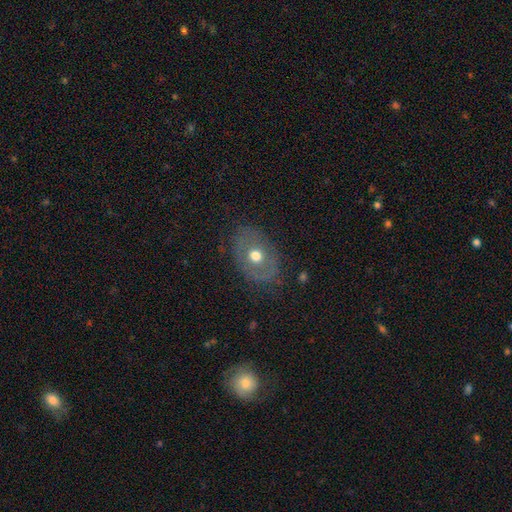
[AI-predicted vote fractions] The model was most divided on "smooth or featured": smooth: 50%, featured or disk: 42%, star or artifact: 9%. More confident: merging — none (76%).